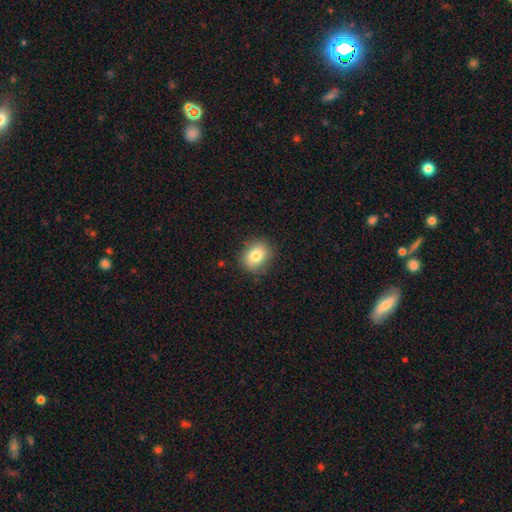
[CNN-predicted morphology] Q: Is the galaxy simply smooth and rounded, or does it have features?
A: smooth — 81%.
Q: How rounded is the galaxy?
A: round — 53%.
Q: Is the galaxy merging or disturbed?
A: none — 85%.